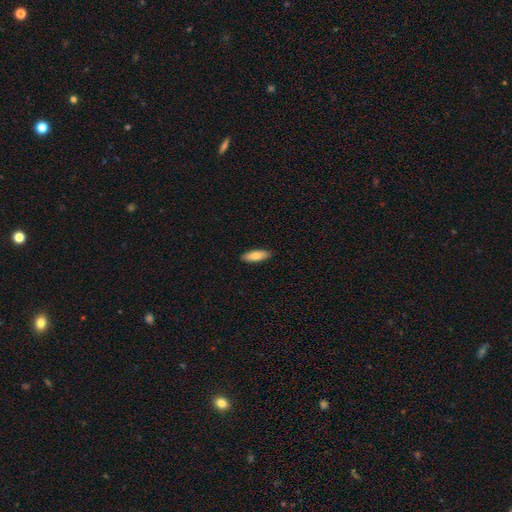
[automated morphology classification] smooth 79%, featured or disk 15%, star or artifact 6%. Down the decision tree: how rounded — in between (62%); merging — none (90%).